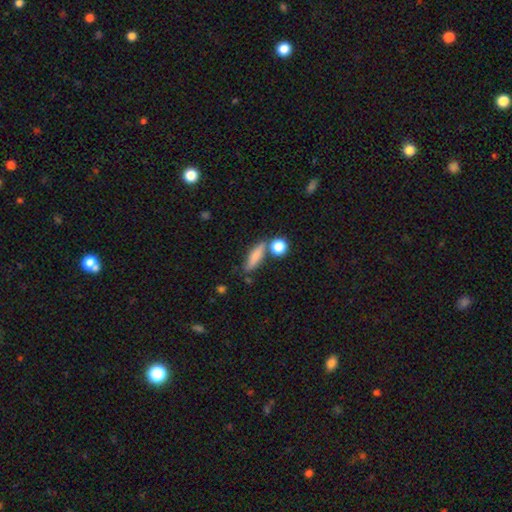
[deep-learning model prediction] Overall: smooth (73%). How rounded: cigar-shaped (63%; in between 29%). Merging: none (68%).